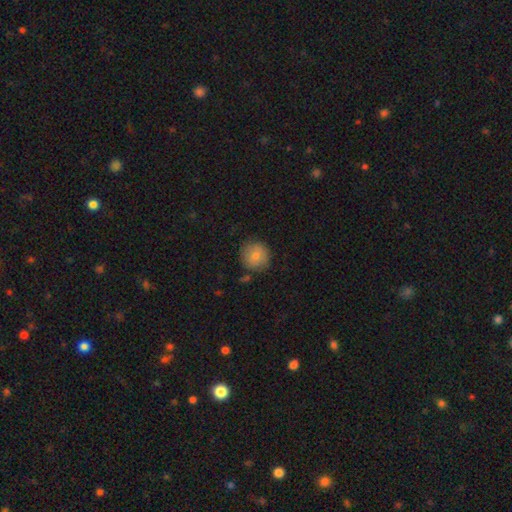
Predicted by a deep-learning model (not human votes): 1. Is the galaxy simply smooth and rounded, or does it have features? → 80% smooth, 12% featured or disk, 8% star or artifact.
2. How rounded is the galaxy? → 93% round, 6% in between, 1% cigar-shaped.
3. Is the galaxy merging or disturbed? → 82% none, 12% minor disturbance, 3% merger, 3% major disturbance.